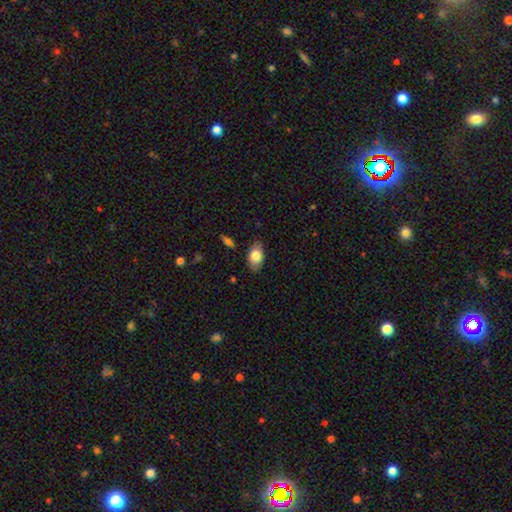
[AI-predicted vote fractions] Q: Smooth or featured?
A: smooth (79%); runner-up: featured or disk (14%)
Q: How rounded?
A: in between (89%); runner-up: round (9%)
Q: Merging?
A: none (82%); runner-up: minor disturbance (14%)